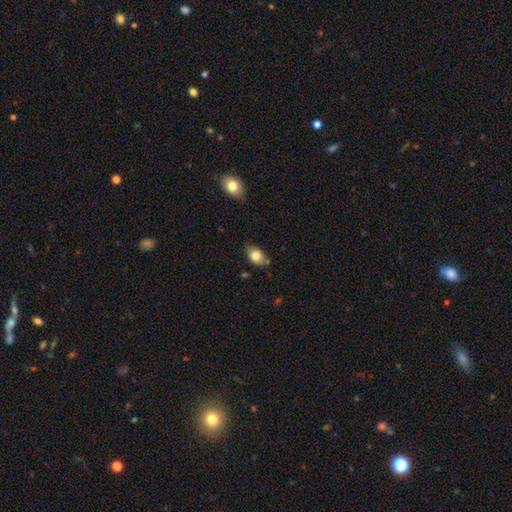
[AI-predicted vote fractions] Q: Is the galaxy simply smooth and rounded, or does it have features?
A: smooth — 80%.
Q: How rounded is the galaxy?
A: in between — 78%.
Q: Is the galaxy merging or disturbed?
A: none — 66%.